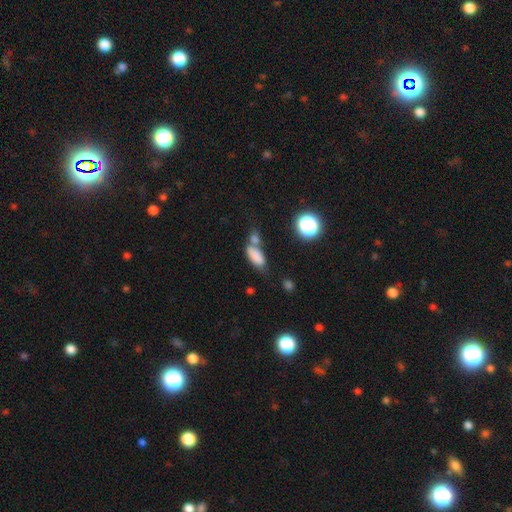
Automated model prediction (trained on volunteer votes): Smooth or featured? smooth (79%)
How rounded? in between (80%)
Merging? merger (41%)